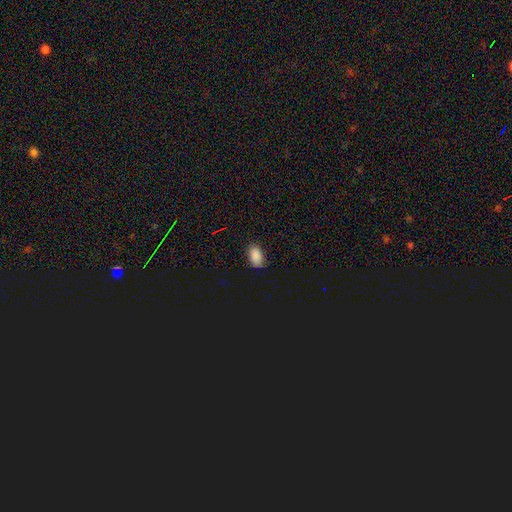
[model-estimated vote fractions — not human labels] smooth_or_featured: smooth (p=0.86) [alt: star or artifact p=0.10]
how_rounded: in between (p=0.91) [alt: round p=0.08]
merging: none (p=0.74) [alt: minor disturbance p=0.21]